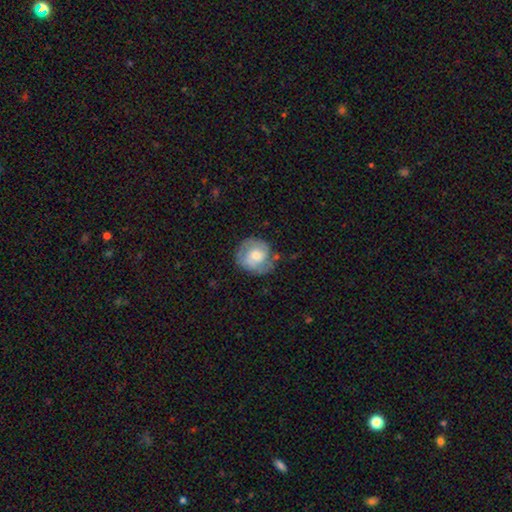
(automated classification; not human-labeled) A smooth galaxy with no disk features (54%) that is round (84%). Merging: none (58%).